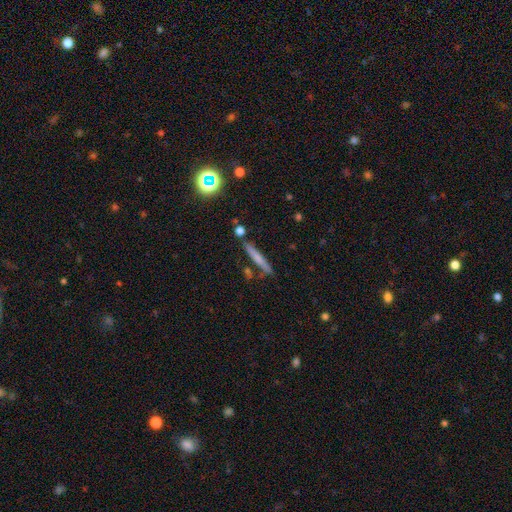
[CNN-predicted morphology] This is possibly a smooth galaxy (54%). How rounded: clearly cigar-shaped (91%). Merging: clearly none (80%).